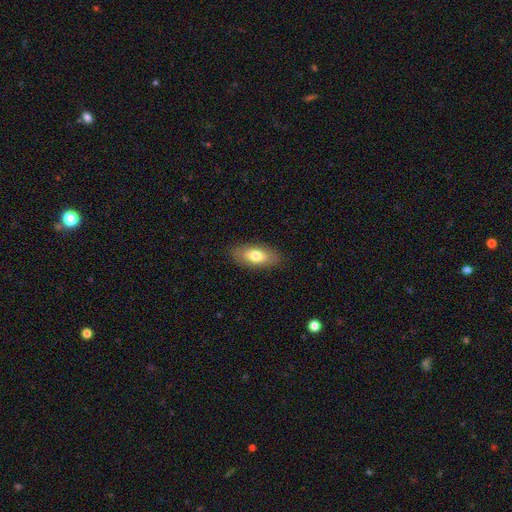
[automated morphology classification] Overall: smooth (73%). How rounded: in between (86%). Merging: none (86%).